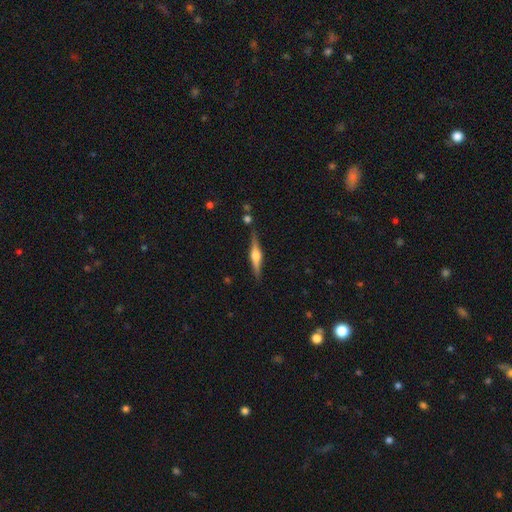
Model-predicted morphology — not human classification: Q: Smooth or featured?
A: featured or disk (72%); runner-up: smooth (22%)
Q: Edge-on disk?
A: yes (97%); runner-up: no (3%)
Q: Edge-on bulge?
A: rounded (90%); runner-up: boxy (8%)
Q: Merging?
A: none (85%); runner-up: minor disturbance (10%)